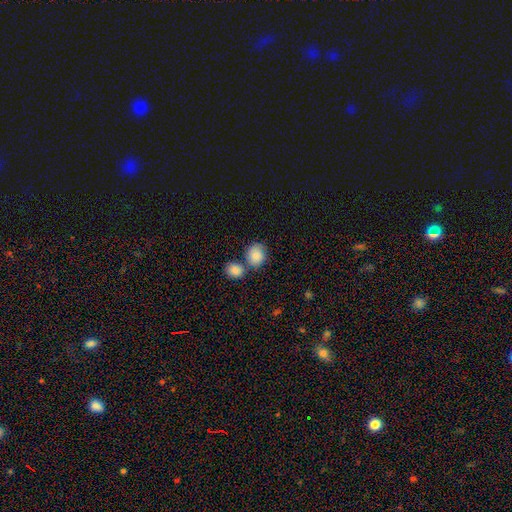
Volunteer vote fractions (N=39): This is likely a smooth galaxy (79%). How rounded: possibly round (55%). Merging: likely none (60%).